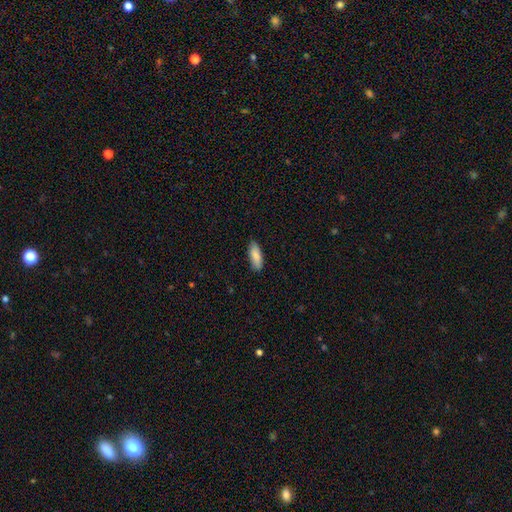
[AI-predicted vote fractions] smooth 87%, featured or disk 7%, star or artifact 6%. Down the decision tree: how rounded — in between (72%); merging — none (84%).